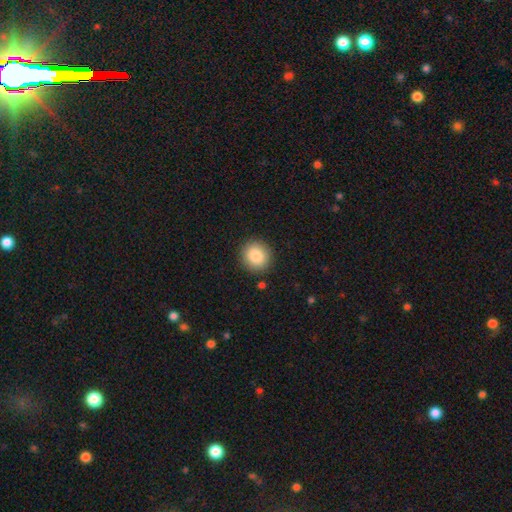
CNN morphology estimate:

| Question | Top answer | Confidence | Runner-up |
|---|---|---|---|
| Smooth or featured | smooth | 86% | star or artifact (8%) |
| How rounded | round | 90% | in between (9%) |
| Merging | none | 90% | minor disturbance (7%) |